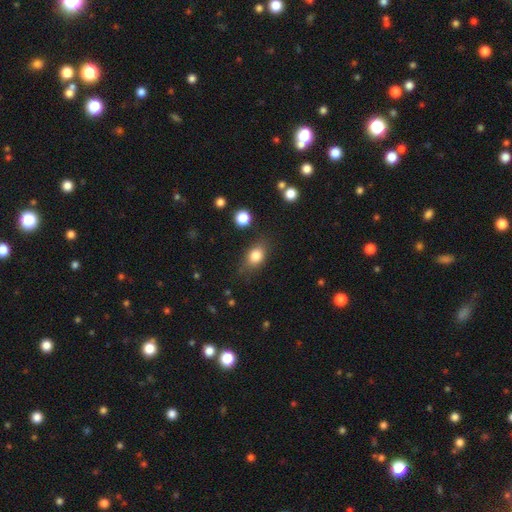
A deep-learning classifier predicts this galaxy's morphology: This appears to be a smooth galaxy with no disk features (81%) that is in between round and cigar-shaped (74%). Merging: none (73%).